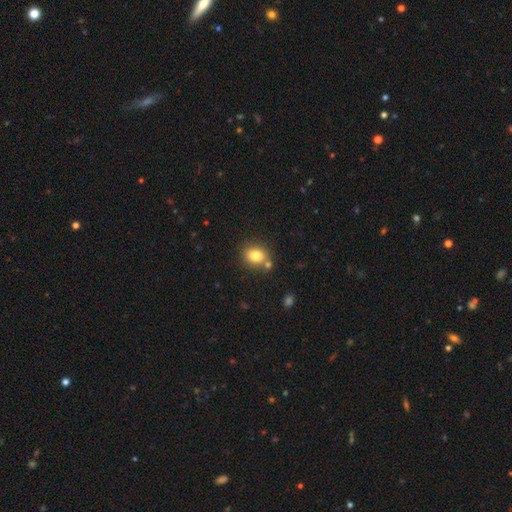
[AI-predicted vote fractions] Smooth or featured? Predicted: smooth (p=0.80). How rounded? Predicted: round (p=0.59). Merging? Predicted: none (p=0.70).